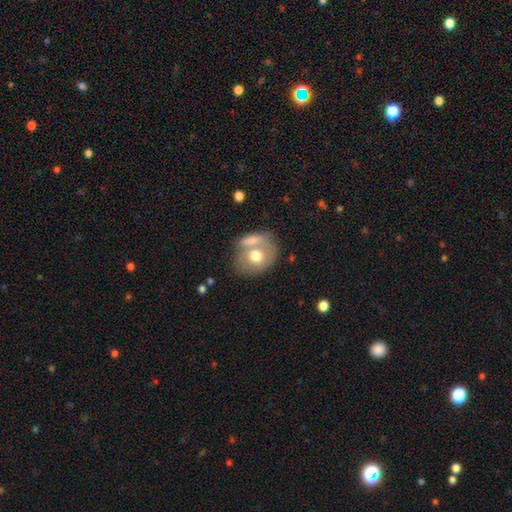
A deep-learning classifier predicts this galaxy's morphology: This is likely a smooth galaxy (65%). How rounded: possibly round (53%). Merging: marginally none (41%).